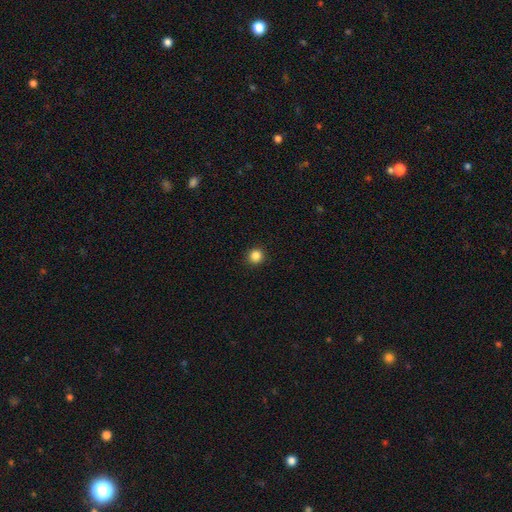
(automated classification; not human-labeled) This appears to be a smooth galaxy with no disk features (85%) that is round (94%). Merging: none (93%).